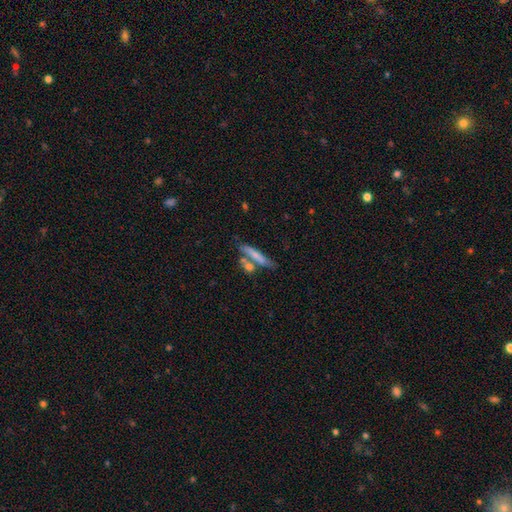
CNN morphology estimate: This is likely a smooth galaxy (66%). How rounded: clearly cigar-shaped (85%). Merging: possibly none (59%).